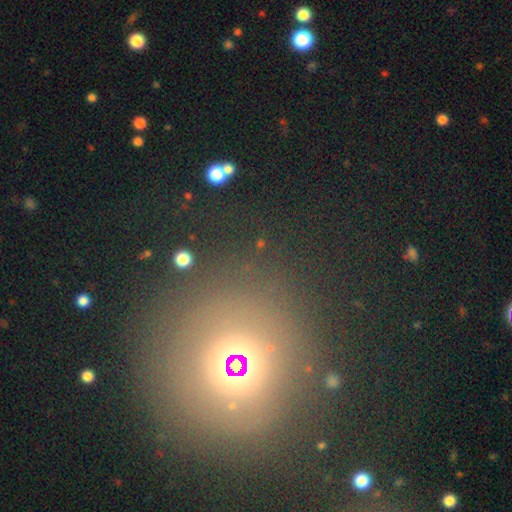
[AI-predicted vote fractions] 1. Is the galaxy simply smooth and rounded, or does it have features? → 56% star or artifact, 26% smooth, 18% featured or disk.